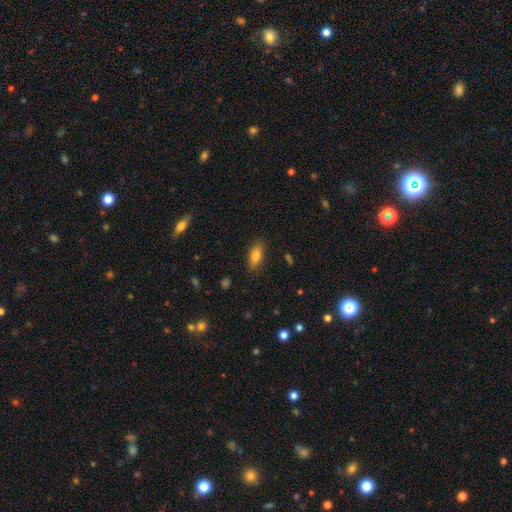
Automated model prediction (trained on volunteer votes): Overall: smooth (80%). How rounded: in between (80%). Merging: none (84%).